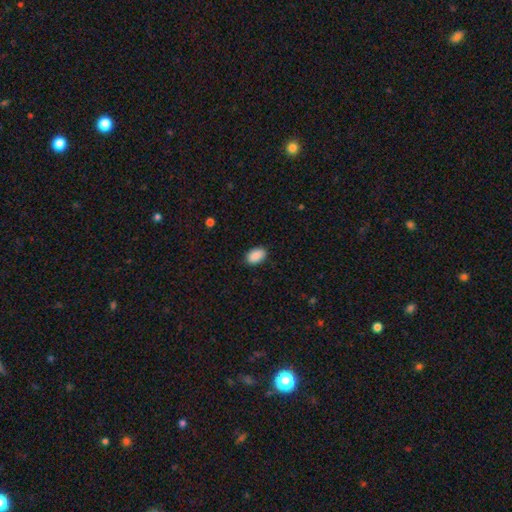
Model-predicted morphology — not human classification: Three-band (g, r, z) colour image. It shows a smooth galaxy with no disk features (90%) that is in between round and cigar-shaped (91%). Merging: none (87%).